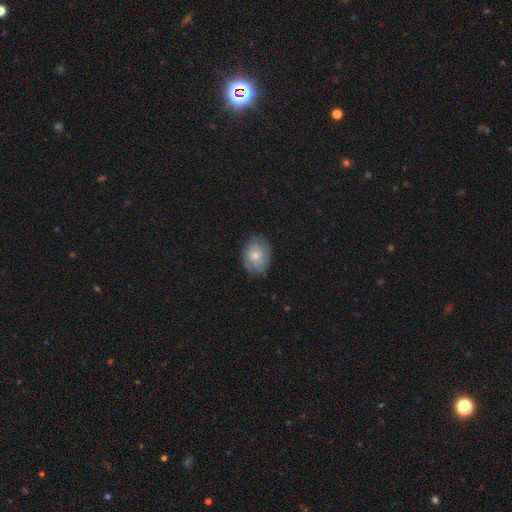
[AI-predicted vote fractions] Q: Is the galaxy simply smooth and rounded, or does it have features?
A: smooth — 54%.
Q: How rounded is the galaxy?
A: in between — 61%.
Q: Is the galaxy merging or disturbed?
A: none — 74%.